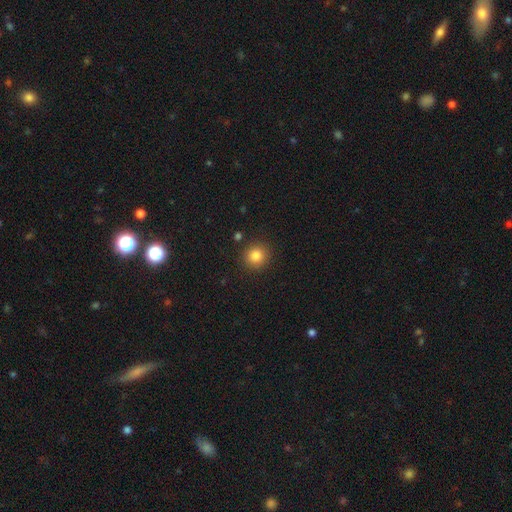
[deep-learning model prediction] This appears to be a smooth galaxy with no disk features (84%) that is round (91%). Merging: none (89%).